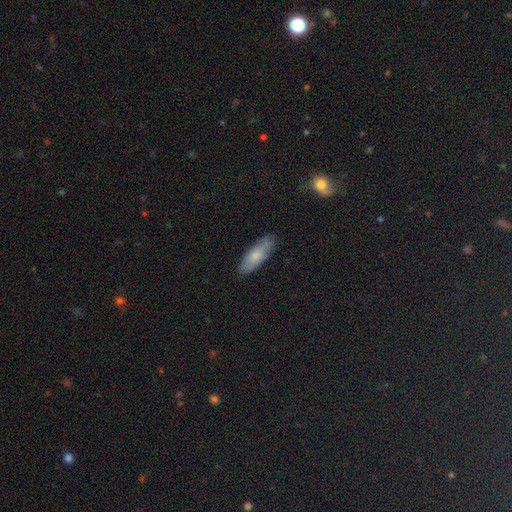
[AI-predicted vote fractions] smooth-or-featured: smooth: 73% | featured or disk: 21% | star or artifact: 6%
  how-rounded: in between: 60% | cigar-shaped: 39% | round: 2%
  merging: none: 82% | minor disturbance: 14% | major disturbance: 3% | merger: 1%